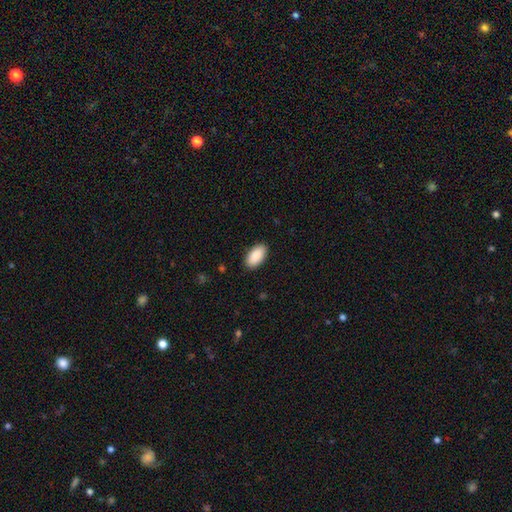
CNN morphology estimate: smooth_or_featured: smooth (p=0.90) [alt: star or artifact p=0.06]
how_rounded: in between (p=0.95) [alt: cigar-shaped p=0.03]
merging: none (p=0.89) [alt: minor disturbance p=0.08]